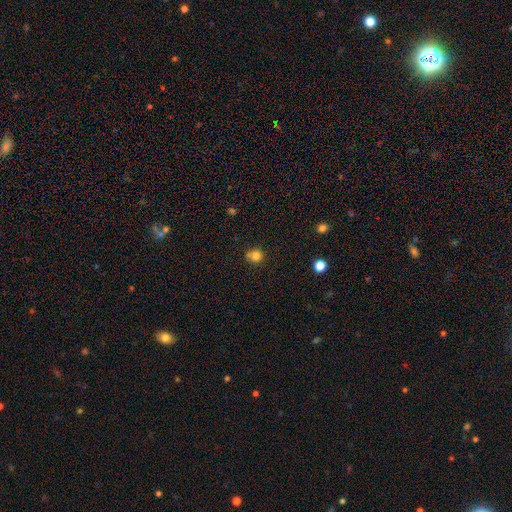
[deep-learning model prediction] Smooth or featured?
  - smooth: 80% *
  - star or artifact: 13%
  - featured or disk: 7%
How rounded?
  - round: 90% *
  - in between: 9%
  - cigar-shaped: 1%
Merging?
  - none: 66% *
  - merger: 17%
  - minor disturbance: 14%
  - major disturbance: 4%